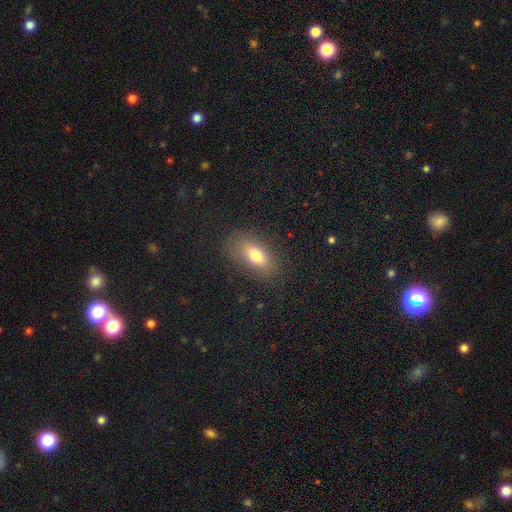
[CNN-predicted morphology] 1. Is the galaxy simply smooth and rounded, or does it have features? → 75% smooth, 14% featured or disk, 10% star or artifact.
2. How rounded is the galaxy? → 84% in between, 8% round, 8% cigar-shaped.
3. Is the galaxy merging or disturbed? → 82% none, 12% minor disturbance, 5% major disturbance, 1% merger.